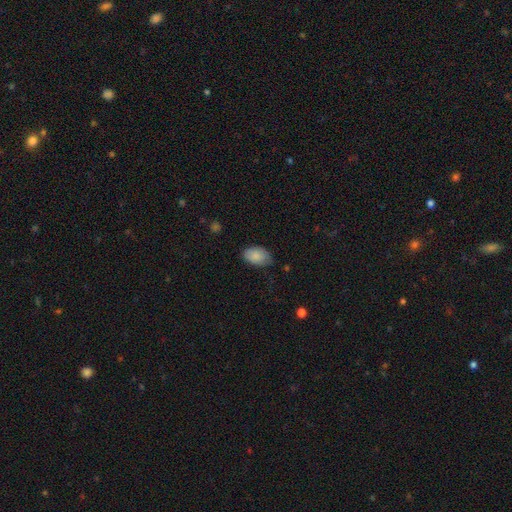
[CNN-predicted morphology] smooth-or-featured: smooth: 86% | star or artifact: 7% | featured or disk: 7%
  how-rounded: in between: 92% | round: 7% | cigar-shaped: 1%
  merging: none: 73% | minor disturbance: 22% | major disturbance: 4% | merger: 1%